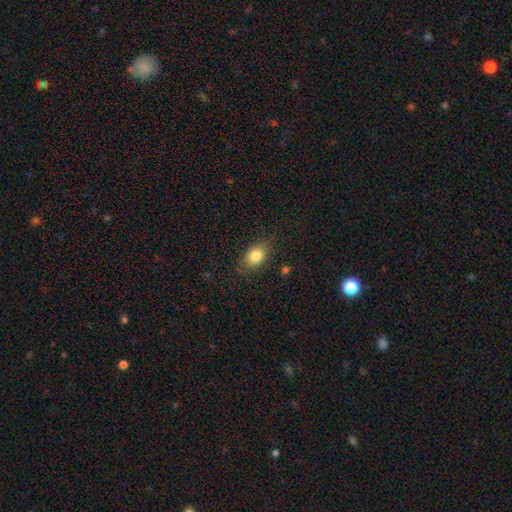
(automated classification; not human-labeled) Q: Smooth or featured?
A: smooth (83%); runner-up: star or artifact (9%)
Q: How rounded?
A: in between (81%); runner-up: round (17%)
Q: Merging?
A: none (81%); runner-up: minor disturbance (14%)